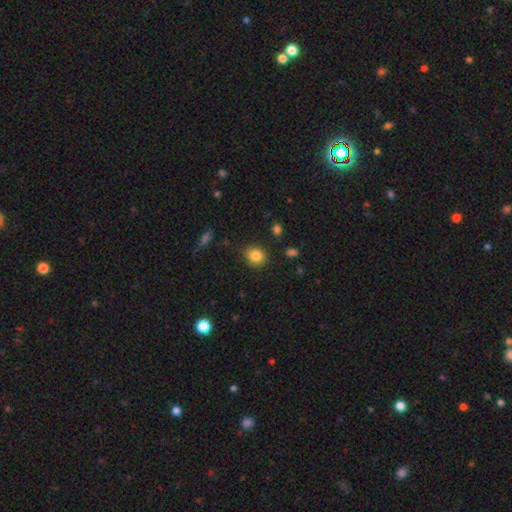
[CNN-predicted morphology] Smooth or featured: smooth — 84% (star or artifact — 11%)
How rounded: round — 83% (in between — 16%)
Merging: none — 84% (minor disturbance — 11%)